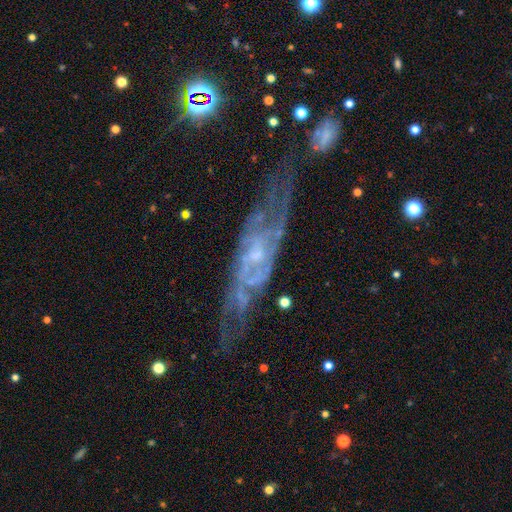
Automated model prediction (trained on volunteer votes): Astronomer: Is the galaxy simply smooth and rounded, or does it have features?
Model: featured or disk — 84%.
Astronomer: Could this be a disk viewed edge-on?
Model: no — 78%.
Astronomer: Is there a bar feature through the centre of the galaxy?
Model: no — 47% (runner-up: weak, 40%).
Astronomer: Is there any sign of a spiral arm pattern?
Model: yes — 91%.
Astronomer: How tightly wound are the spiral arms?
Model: medium — 43% (runner-up: tight, 42%).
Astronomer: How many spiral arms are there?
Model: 2 — 48% (runner-up: can't tell, 32%).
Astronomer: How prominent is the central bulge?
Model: small — 70%.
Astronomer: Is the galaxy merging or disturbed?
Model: none — 58%.